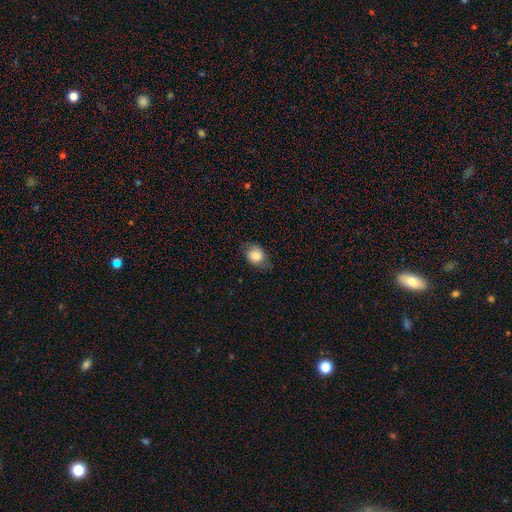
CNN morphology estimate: Smooth or featured? smooth (82%)
How rounded? in between (56%)
Merging? none (70%)